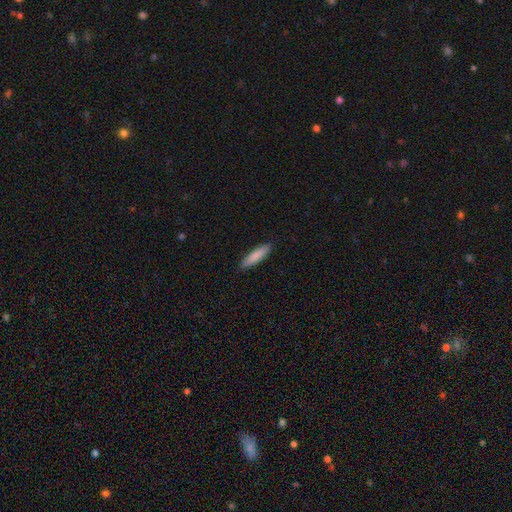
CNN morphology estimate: type=smooth (84%); roundness=cigar-shaped (75%); merging=none (89%).